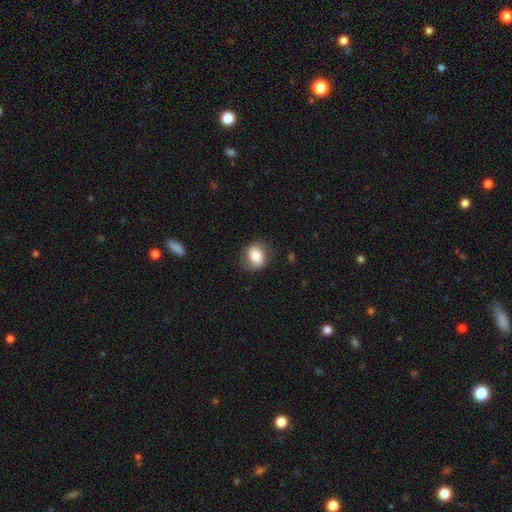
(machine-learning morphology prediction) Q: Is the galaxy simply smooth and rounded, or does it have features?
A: smooth — 72%.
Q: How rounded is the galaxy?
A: in between — 60%.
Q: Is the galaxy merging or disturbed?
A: none — 75%.